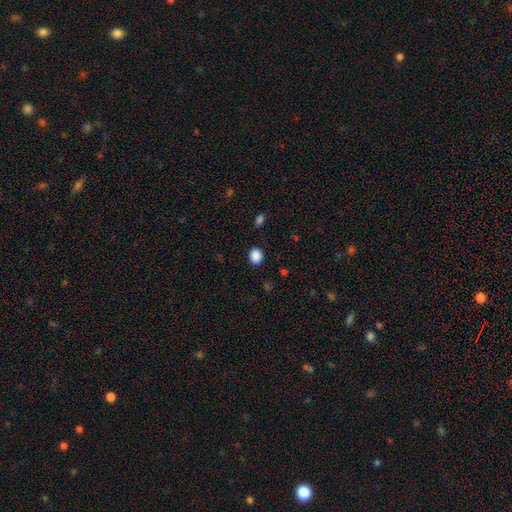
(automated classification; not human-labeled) A smooth galaxy with no disk features (88%) that is round (61%). Merging: none (89%).